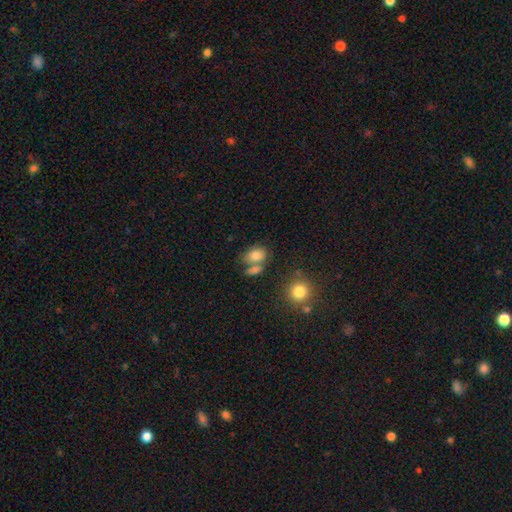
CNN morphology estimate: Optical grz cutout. It shows a smooth galaxy with no disk features (79%) that is in between round and cigar-shaped (73%). Merging: none (46%).